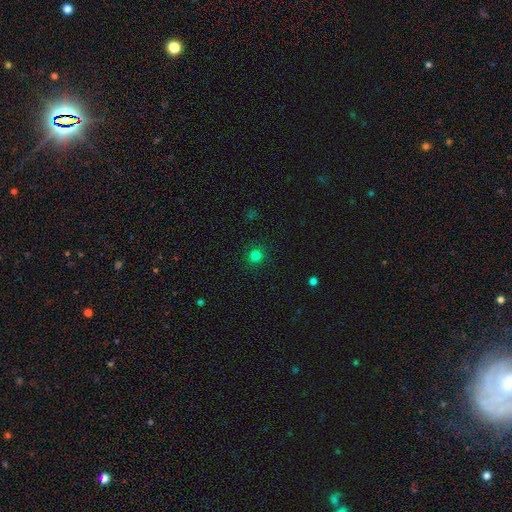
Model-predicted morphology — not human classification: A smooth galaxy with no disk features (80%) that is round (92%).

Vote fractions:
- Smooth or featured? smooth: 80% / star or artifact: 16% / featured or disk: 4%
- How rounded? round: 92% / in between: 7% / cigar-shaped: 1%
- Merging? none: 91% / minor disturbance: 6% / major disturbance: 2% / merger: 1%